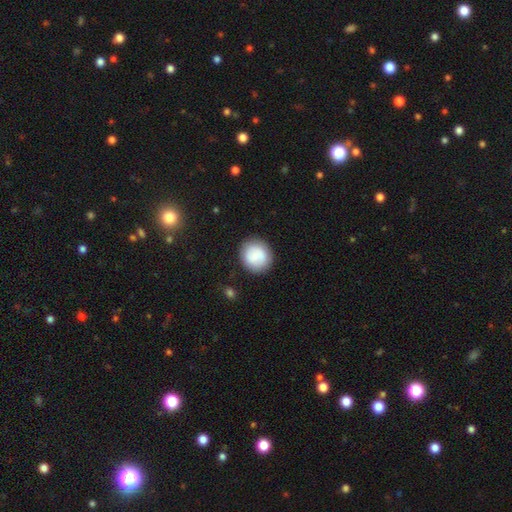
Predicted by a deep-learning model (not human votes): A smooth galaxy with no disk features (81%) that is round (85%). Merging: none (86%).